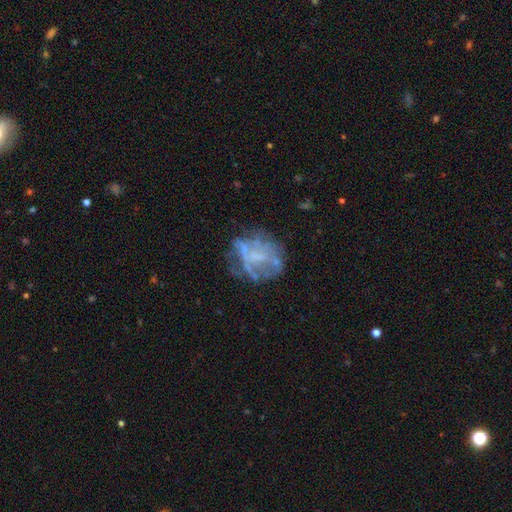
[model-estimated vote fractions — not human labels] Overall: featured or disk (65%). Edge-on disk: no (98%). Bar: no (78%). Spiral arms: no (75%). Bulge size: none (66%). Merging: none (49%; major disturbance 26%).